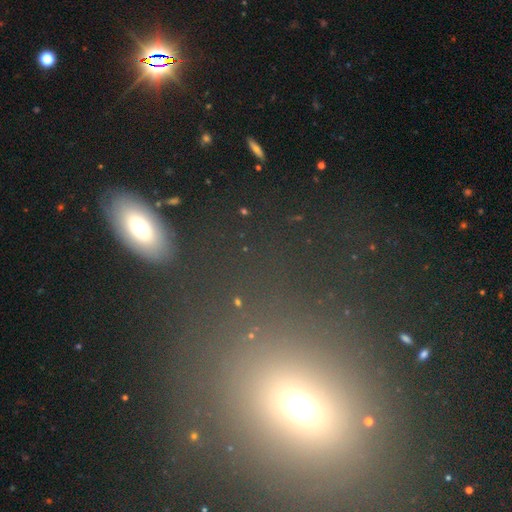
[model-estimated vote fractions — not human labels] Smooth or featured?
  - smooth: 51% *
  - star or artifact: 34%
  - featured or disk: 15%
How rounded?
  - in between: 53% *
  - round: 40%
  - cigar-shaped: 7%
Merging?
  - none: 77% *
  - minor disturbance: 10%
  - major disturbance: 7%
  - merger: 6%